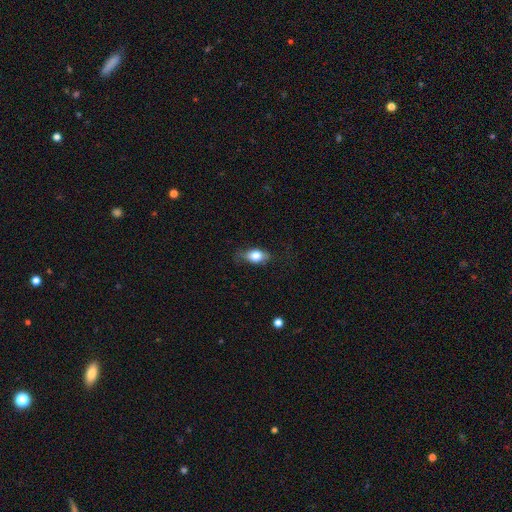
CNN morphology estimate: A smooth galaxy with no disk features (76%) that is in between round and cigar-shaped (81%). Merging: none (66%).